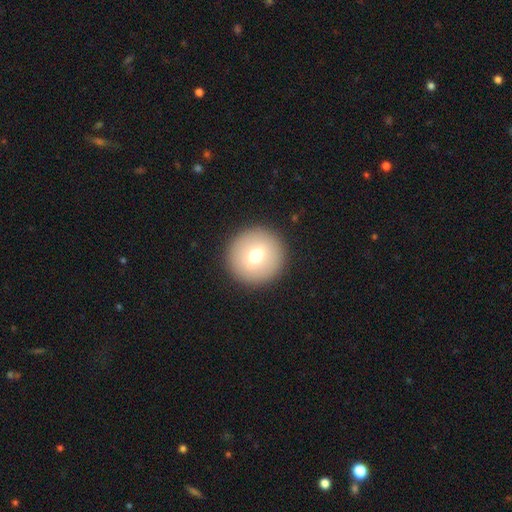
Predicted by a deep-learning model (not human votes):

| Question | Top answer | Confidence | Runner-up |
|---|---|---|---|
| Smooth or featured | smooth | 70% | featured or disk (21%) |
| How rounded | round | 96% | in between (3%) |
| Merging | none | 92% | minor disturbance (5%) |